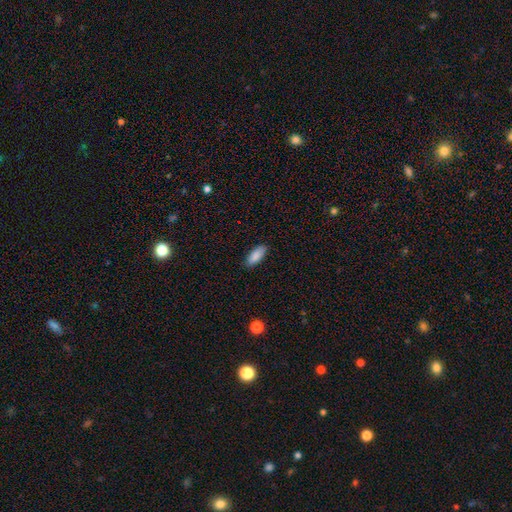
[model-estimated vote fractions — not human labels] Smooth or featured? Predicted: smooth (p=0.88). How rounded? Predicted: in between (p=0.80). Merging? Predicted: none (p=0.86).